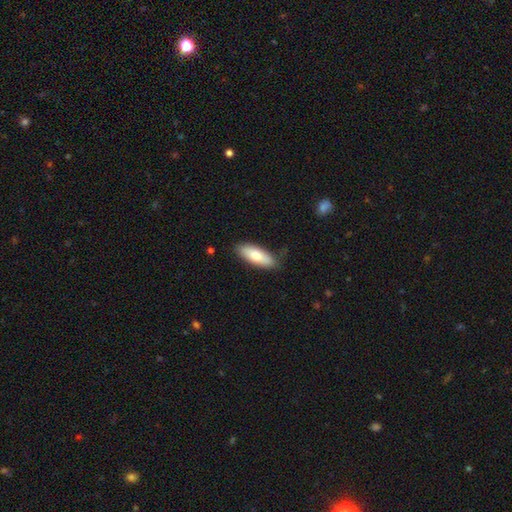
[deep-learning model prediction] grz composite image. It shows a smooth galaxy with no disk features (75%) that is in between round and cigar-shaped (71%). Merging: none (81%).